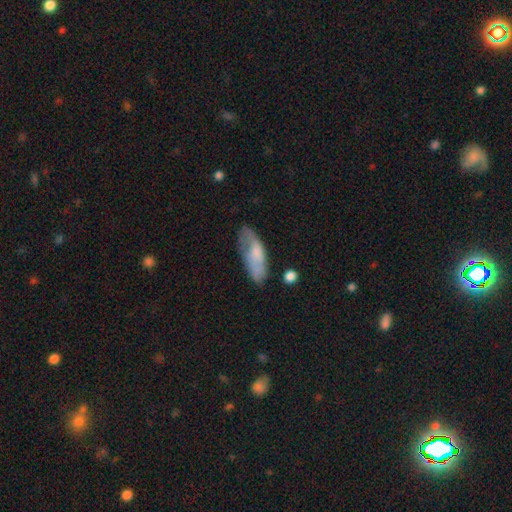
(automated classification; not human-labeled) Smooth or featured: smooth — 63% (featured or disk — 30%)
How rounded: in between — 70% (cigar-shaped — 28%)
Merging: none — 50% (minor disturbance — 30%)